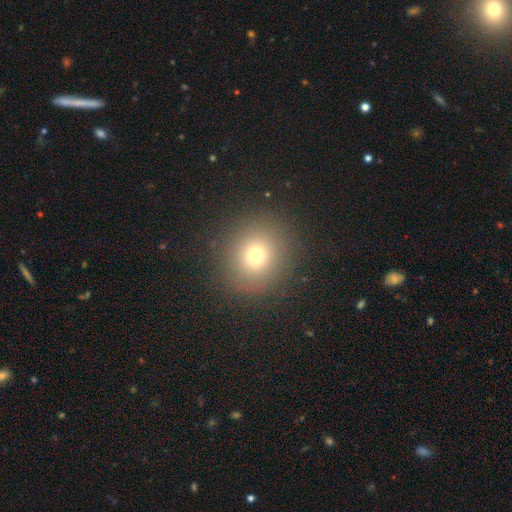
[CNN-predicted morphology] A smooth galaxy with no disk features (72%) that is round (88%). Merging: none (89%).